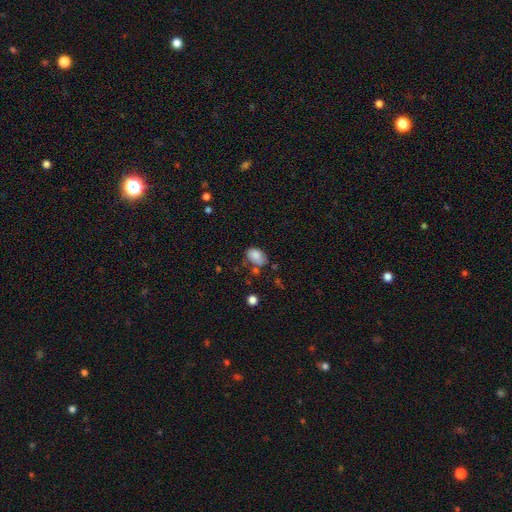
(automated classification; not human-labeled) A smooth galaxy with no disk features (82%) that is in between round and cigar-shaped (86%). Merging: none (53%).